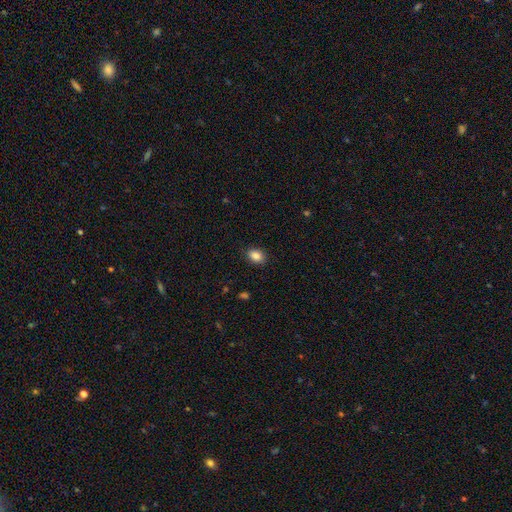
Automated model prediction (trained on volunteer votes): smooth 87%, star or artifact 9%, featured or disk 4%. Down the decision tree: how rounded — in between (72%); merging — none (88%).